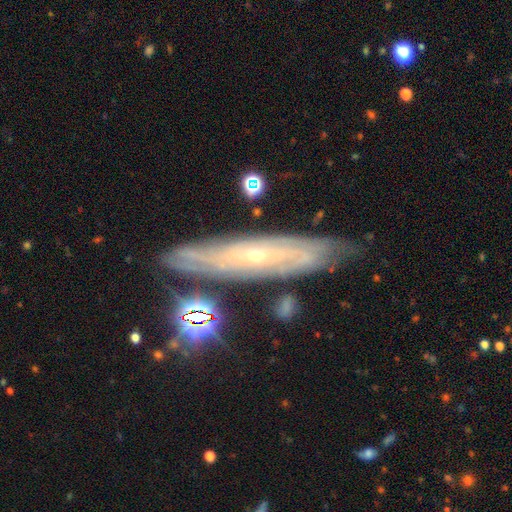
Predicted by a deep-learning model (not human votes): Morphology: type=featured or disk (79%); edge-on=no (62%); merging=none (80%).